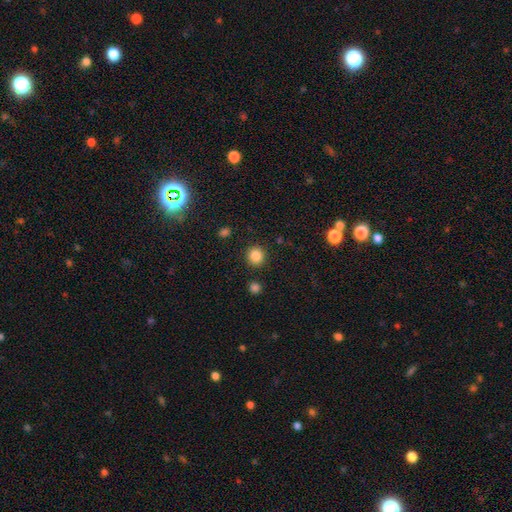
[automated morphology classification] smooth_or_featured: smooth (p=0.85) [alt: star or artifact p=0.11]
how_rounded: round (p=0.91) [alt: in between p=0.09]
merging: none (p=0.89) [alt: minor disturbance p=0.06]